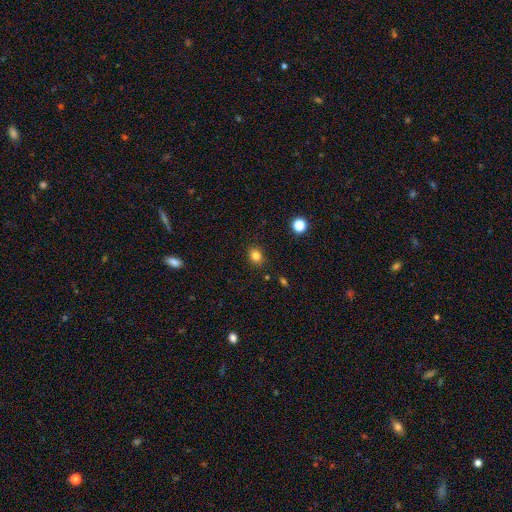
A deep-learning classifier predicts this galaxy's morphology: Smooth or featured? smooth (82%)
How rounded? round (65%)
Merging? none (88%)